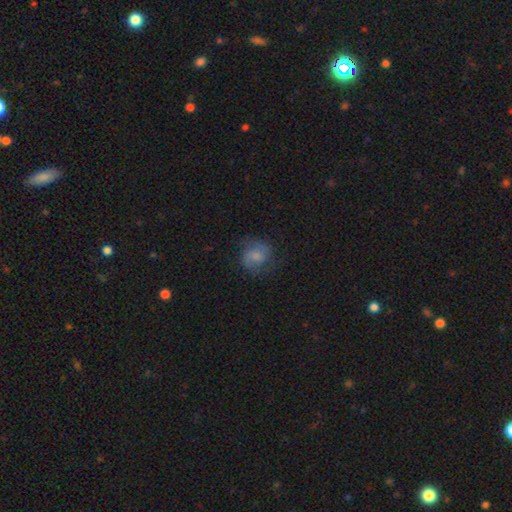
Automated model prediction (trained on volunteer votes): A smooth galaxy with no disk features (60%) that is round (71%). Merging: none (64%).